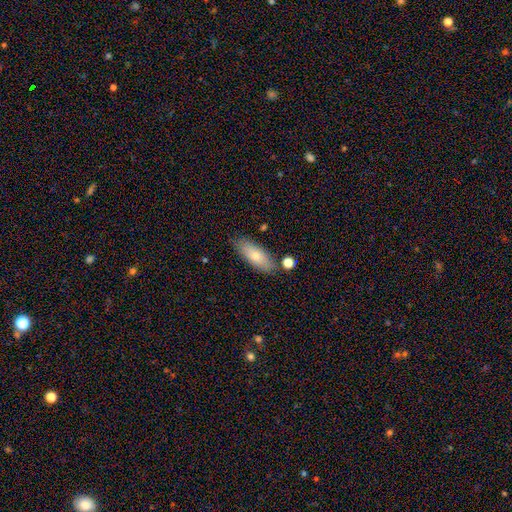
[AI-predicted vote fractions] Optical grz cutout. It shows a smooth galaxy with no disk features (71%) that is in between round and cigar-shaped (71%). Merging: none (77%).